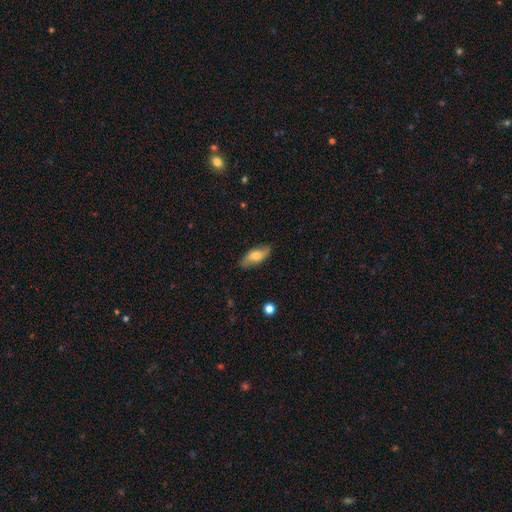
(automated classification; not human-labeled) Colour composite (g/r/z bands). It shows a smooth galaxy with no disk features (60%) that is in between round and cigar-shaped (80%). Merging: none (82%).